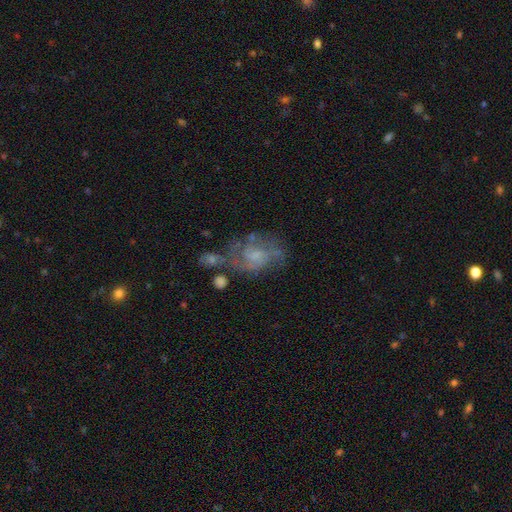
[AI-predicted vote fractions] smooth-or-featured: featured or disk: 69% | smooth: 21% | star or artifact: 10%
  disk-edge-on: no: 97% | yes: 3%
    bar: no: 65% | weak: 31% | strong: 4%
    has-spiral-arms: yes: 80% | no: 20%
      spiral-winding: medium: 47% | tight: 28% | loose: 24%
      spiral-arm-count: 2: 45% | can't tell: 31% | 3: 12% | 1: 5% | 4: 4% | more than 4: 3%
    bulge-size: small: 42% | moderate: 29% | none: 23% | large: 5% | dominant: 1%
  merging: none: 44% | minor disturbance: 21% | major disturbance: 21% | merger: 14%